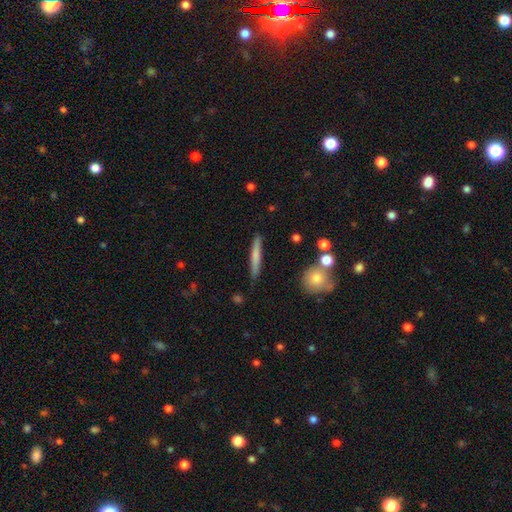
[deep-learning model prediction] smooth 67%, featured or disk 27%, star or artifact 6%. Down the decision tree: how rounded — cigar-shaped (93%); merging — none (86%).